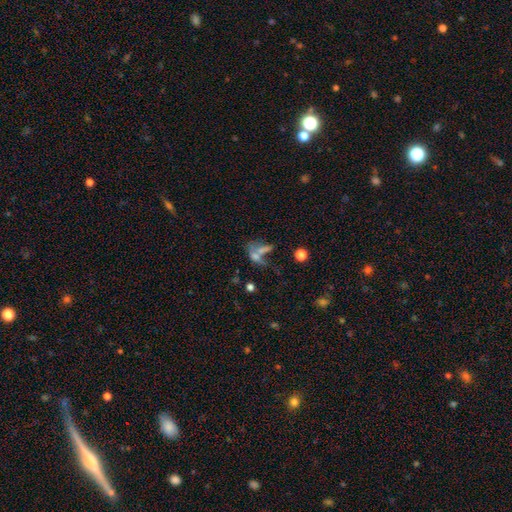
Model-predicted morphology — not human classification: A smooth galaxy with no disk features (55%) that is in between round and cigar-shaped (58%).

Vote fractions:
- Smooth or featured? smooth: 55% / featured or disk: 29% / star or artifact: 16%
- How rounded? in between: 58% / cigar-shaped: 25% / round: 17%
- Merging? merger: 44% / none: 31% / major disturbance: 14% / minor disturbance: 11%